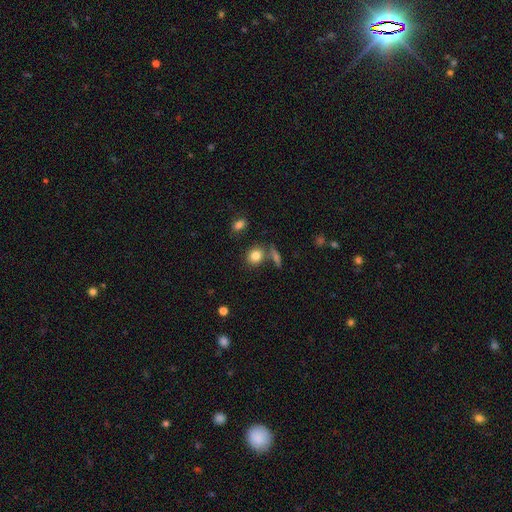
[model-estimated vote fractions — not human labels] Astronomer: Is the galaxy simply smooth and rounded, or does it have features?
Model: smooth — 82%.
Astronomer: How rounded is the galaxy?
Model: round — 66%.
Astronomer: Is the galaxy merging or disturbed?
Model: none — 68%.